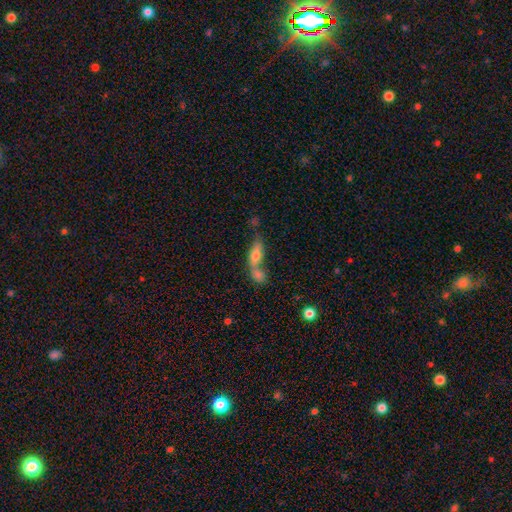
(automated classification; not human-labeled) Smooth or featured? Predicted: smooth (p=0.64). How rounded? Predicted: in between (p=0.66). Merging? Predicted: merger (p=0.58).